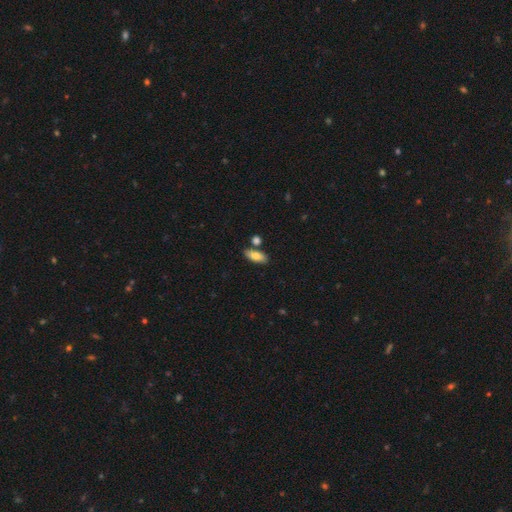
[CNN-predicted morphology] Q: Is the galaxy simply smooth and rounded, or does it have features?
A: smooth — 78%.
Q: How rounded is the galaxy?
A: in between — 83%.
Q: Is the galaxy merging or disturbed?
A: none — 78%.